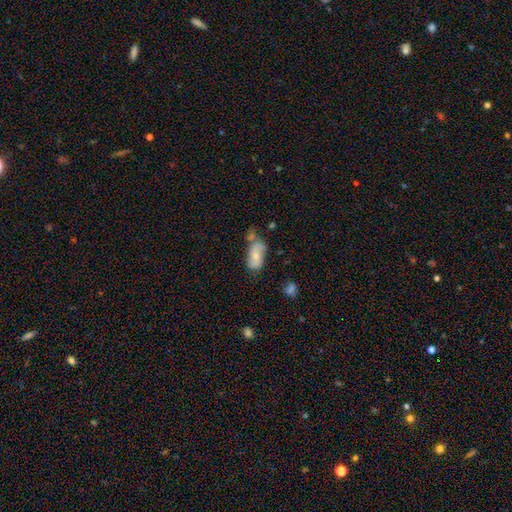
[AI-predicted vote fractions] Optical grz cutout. It shows a smooth galaxy with no disk features (48%). Merging: none (41%).